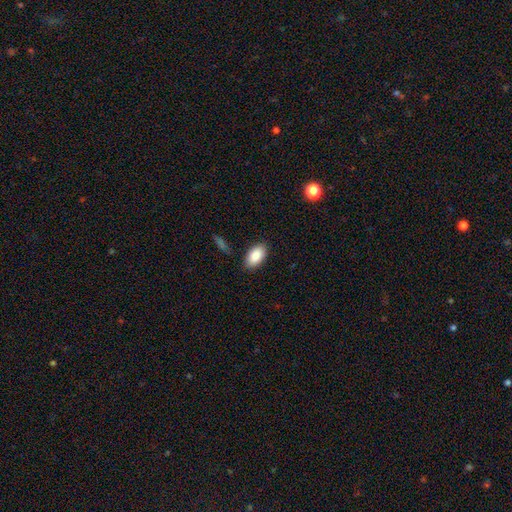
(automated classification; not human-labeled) A smooth galaxy with no disk features (89%) that is in between round and cigar-shaped (94%).

Vote fractions:
- Smooth or featured? smooth: 89% / star or artifact: 6% / featured or disk: 5%
- How rounded? in between: 94% / round: 4% / cigar-shaped: 2%
- Merging? none: 87% / minor disturbance: 10% / major disturbance: 2% / merger: 1%